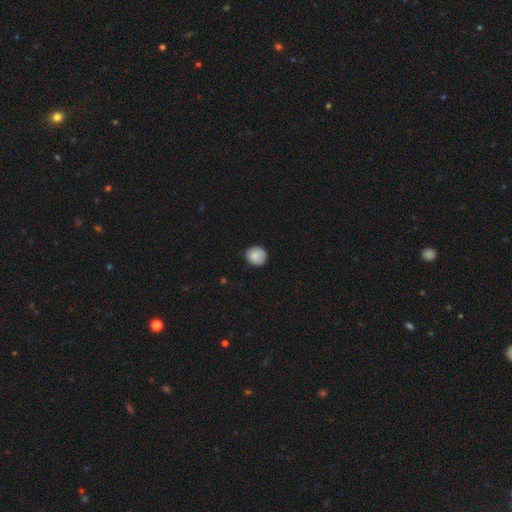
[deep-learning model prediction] smooth-or-featured: smooth: 83% | featured or disk: 10% | star or artifact: 8%
  how-rounded: round: 81% | in between: 18% | cigar-shaped: 1%
  merging: none: 81% | minor disturbance: 16% | major disturbance: 2% | merger: 1%